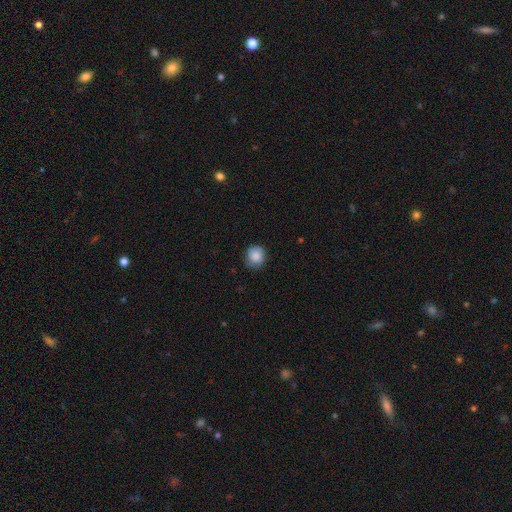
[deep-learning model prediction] This appears to be a smooth galaxy with no disk features (87%) that is round (88%). Merging: none (80%).